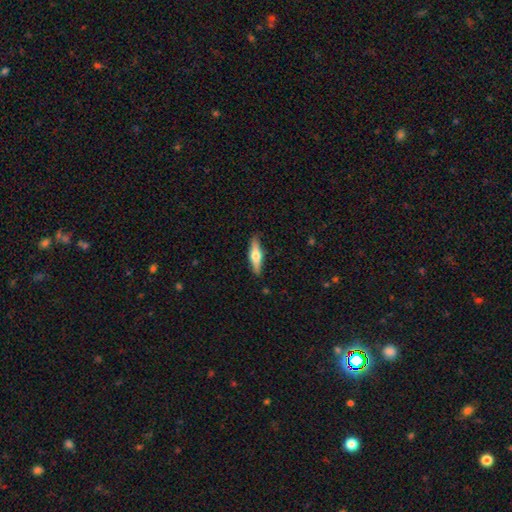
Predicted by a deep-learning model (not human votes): smooth_or_featured: featured or disk (p=0.50) [alt: smooth p=0.45]
merging: none (p=0.87) [alt: minor disturbance p=0.09]